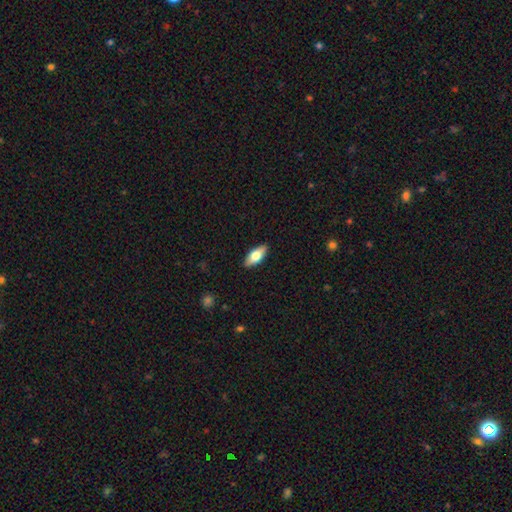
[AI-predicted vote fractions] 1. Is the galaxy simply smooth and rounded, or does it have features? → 66% smooth, 29% featured or disk, 6% star or artifact.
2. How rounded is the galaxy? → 80% in between, 18% cigar-shaped, 3% round.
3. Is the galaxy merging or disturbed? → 90% none, 8% minor disturbance, 2% major disturbance, 1% merger.